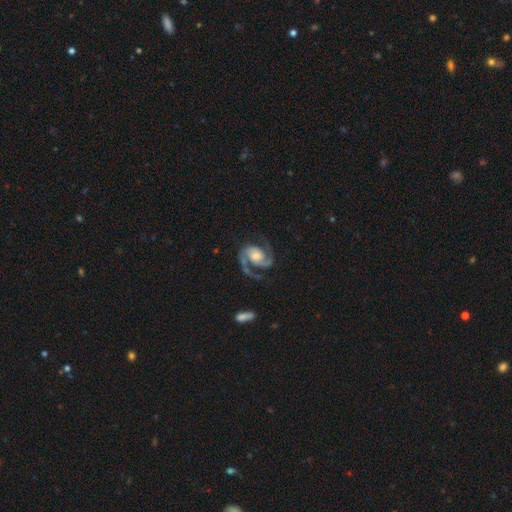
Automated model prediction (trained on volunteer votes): Smooth or featured? Predicted: featured or disk (p=0.92). Edge-on disk? Predicted: no (p=0.98). Bar? Predicted: no (p=0.57). Spiral arms? Predicted: yes (p=0.98). Spiral winding? Predicted: medium (p=0.59). Spiral arm count? Predicted: 2 (p=0.92). Bulge size? Predicted: moderate (p=0.47). Merging? Predicted: none (p=0.68).